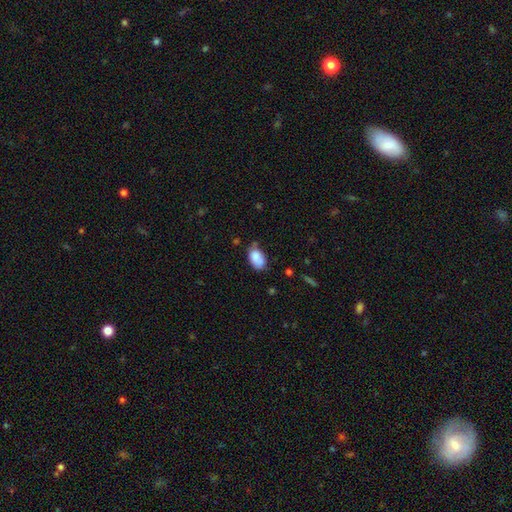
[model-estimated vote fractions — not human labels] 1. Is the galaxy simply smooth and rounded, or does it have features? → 82% smooth, 10% featured or disk, 8% star or artifact.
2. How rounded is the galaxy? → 89% in between, 10% round, 1% cigar-shaped.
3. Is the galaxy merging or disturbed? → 51% none, 34% minor disturbance, 8% major disturbance, 7% merger.